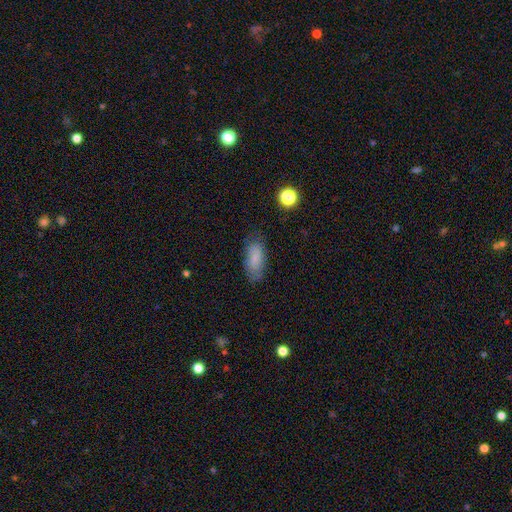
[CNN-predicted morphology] Overall: smooth (81%). How rounded: in between (85%). Merging: none (73%).